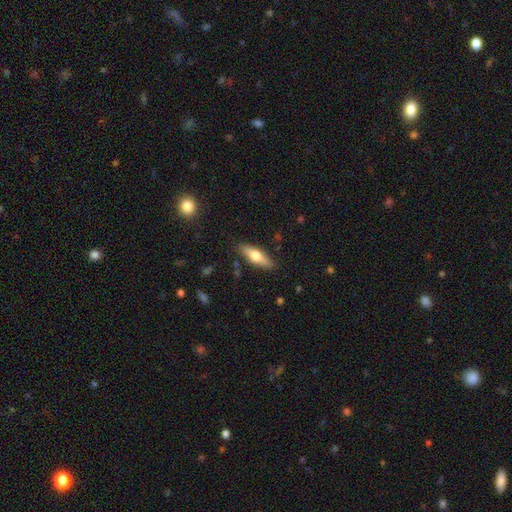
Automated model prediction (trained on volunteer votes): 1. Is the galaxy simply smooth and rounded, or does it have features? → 60% smooth, 34% featured or disk, 6% star or artifact.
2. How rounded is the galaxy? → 50% cigar-shaped, 47% in between, 2% round.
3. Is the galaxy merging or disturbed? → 86% none, 10% minor disturbance, 2% major disturbance, 2% merger.